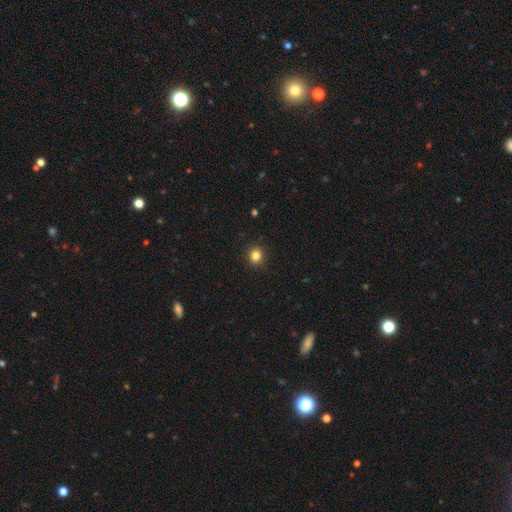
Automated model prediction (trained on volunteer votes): Smooth or featured? Predicted: smooth (p=0.83). How rounded? Predicted: round (p=0.90). Merging? Predicted: none (p=0.92).